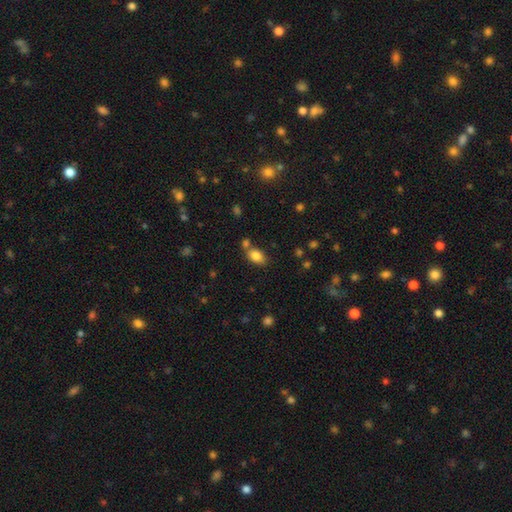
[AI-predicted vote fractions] A smooth galaxy with no disk features (83%) that is in between round and cigar-shaped (86%).

Vote fractions:
- Smooth or featured? smooth: 83% / star or artifact: 9% / featured or disk: 8%
- How rounded? in between: 86% / round: 12% / cigar-shaped: 2%
- Merging? none: 61% / merger: 21% / minor disturbance: 13% / major disturbance: 4%